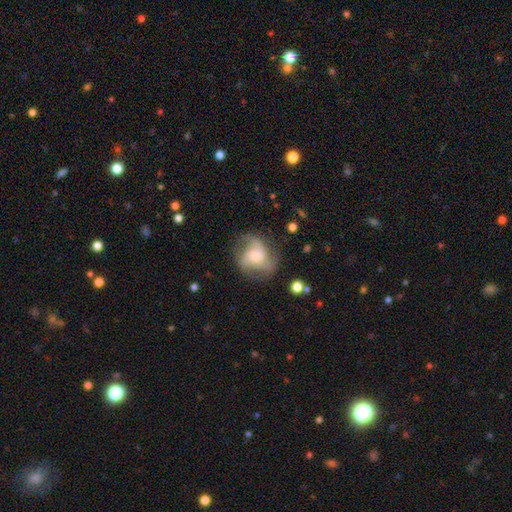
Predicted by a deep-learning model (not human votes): Overall: featured or disk (66%). Edge-on disk: no (98%). Bar: no (71%). Spiral arms: yes (89%). Spiral arm count: 3 (41%; 2 25%). Spiral winding: medium (48%; loose 30%). Bulge size: moderate (32%; small 28%). Merging: none (60%; minor disturbance 21%).